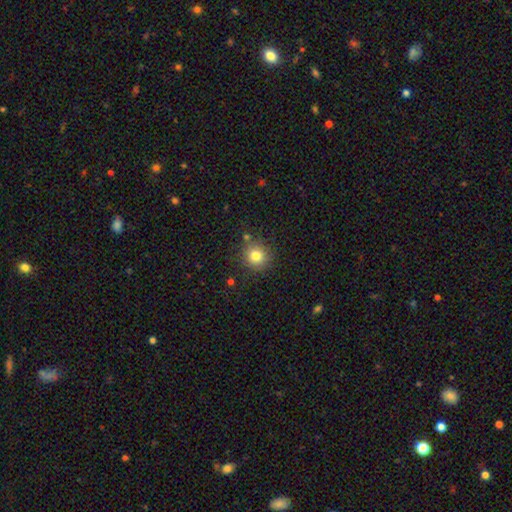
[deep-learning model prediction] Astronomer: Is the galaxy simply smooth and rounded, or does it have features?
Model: smooth — 81%.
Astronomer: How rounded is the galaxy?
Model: round — 91%.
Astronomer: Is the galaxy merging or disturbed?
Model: none — 83%.